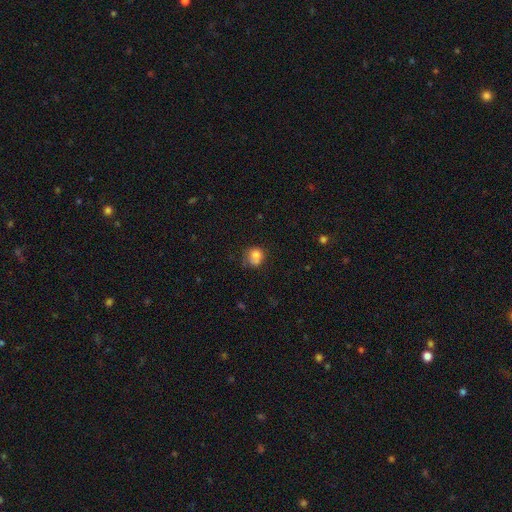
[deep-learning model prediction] smooth-or-featured: smooth: 77% | featured or disk: 12% | star or artifact: 11%
  how-rounded: round: 75% | in between: 24% | cigar-shaped: 1%
  merging: none: 51% | minor disturbance: 28% | major disturbance: 12% | merger: 9%